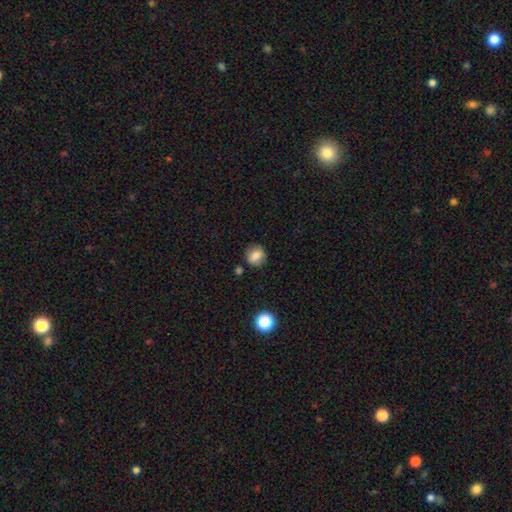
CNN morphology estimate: smooth-or-featured: smooth: 80% | star or artifact: 10% | featured or disk: 9%
  how-rounded: round: 79% | in between: 20% | cigar-shaped: 1%
  merging: none: 83% | minor disturbance: 11% | merger: 3% | major disturbance: 3%